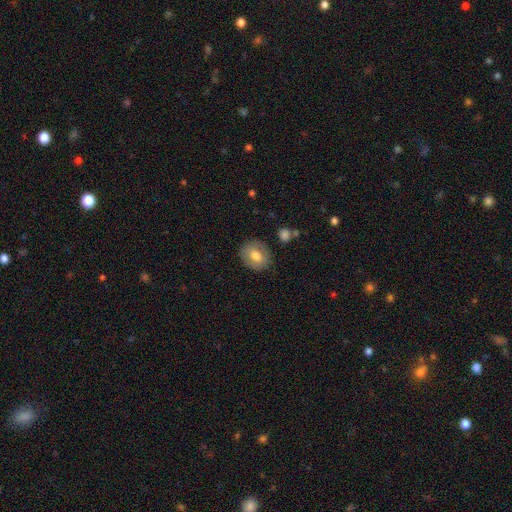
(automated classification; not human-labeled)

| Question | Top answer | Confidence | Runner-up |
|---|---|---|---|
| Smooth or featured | smooth | 69% | featured or disk (23%) |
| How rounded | round | 58% | in between (41%) |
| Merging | none | 84% | minor disturbance (11%) |